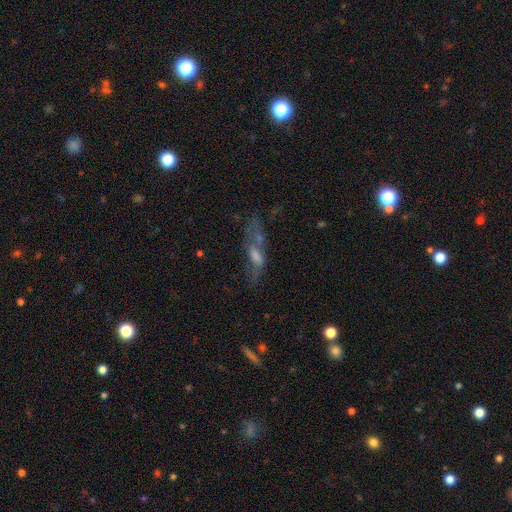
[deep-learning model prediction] This is possibly a featured or disk galaxy (52%). It is likely not viewed edge-on (69%). Merging: marginally none (40%).